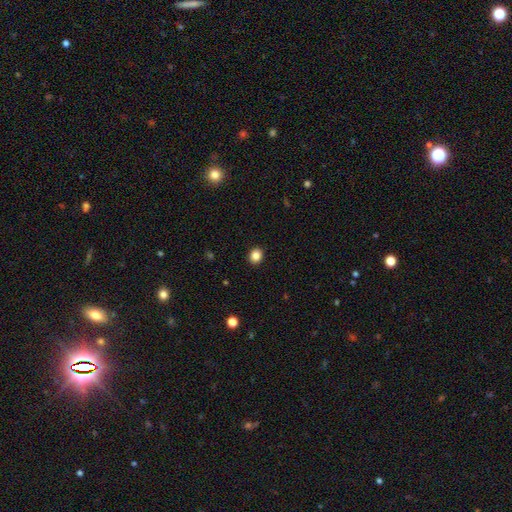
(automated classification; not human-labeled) A smooth galaxy with no disk features (86%) that is round (73%).

Vote fractions:
- Smooth or featured? smooth: 86% / star or artifact: 10% / featured or disk: 4%
- How rounded? round: 73% / in between: 26% / cigar-shaped: 1%
- Merging? none: 92% / minor disturbance: 5% / major disturbance: 2% / merger: 1%